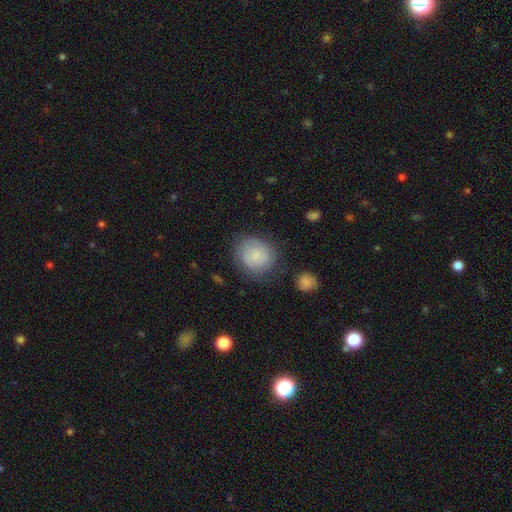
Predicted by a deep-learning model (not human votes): Smooth or featured? Predicted: smooth (p=0.75). How rounded? Predicted: round (p=0.82). Merging? Predicted: none (p=0.70).